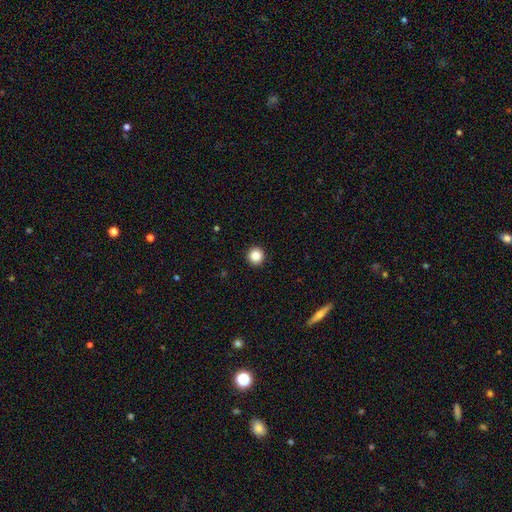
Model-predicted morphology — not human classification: A smooth galaxy with no disk features (86%) that is round (95%).

Vote fractions:
- Smooth or featured? smooth: 86% / star or artifact: 10% / featured or disk: 4%
- How rounded? round: 95% / in between: 4% / cigar-shaped: 1%
- Merging? none: 94% / minor disturbance: 4% / major disturbance: 1% / merger: 1%